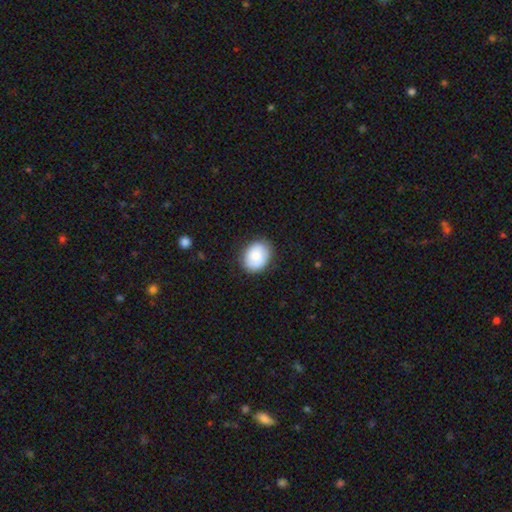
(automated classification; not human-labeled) Smooth or featured: smooth — 76% (featured or disk — 18%)
How rounded: in between — 54% (round — 46%)
Merging: none — 84% (minor disturbance — 12%)